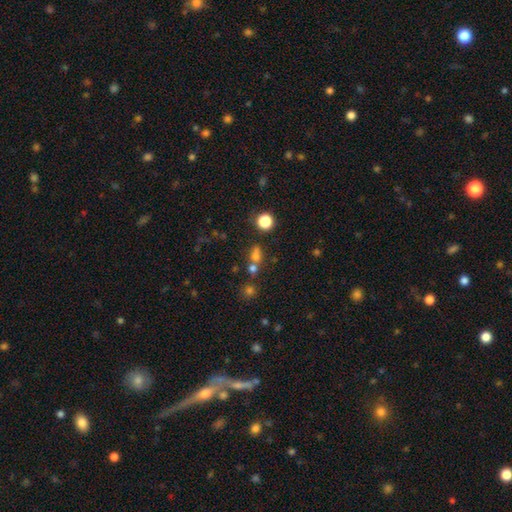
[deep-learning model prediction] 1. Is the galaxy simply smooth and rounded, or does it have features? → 66% smooth, 23% star or artifact, 10% featured or disk.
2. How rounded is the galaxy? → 58% round, 38% in between, 4% cigar-shaped.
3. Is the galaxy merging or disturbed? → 49% none, 34% merger, 11% minor disturbance, 6% major disturbance.